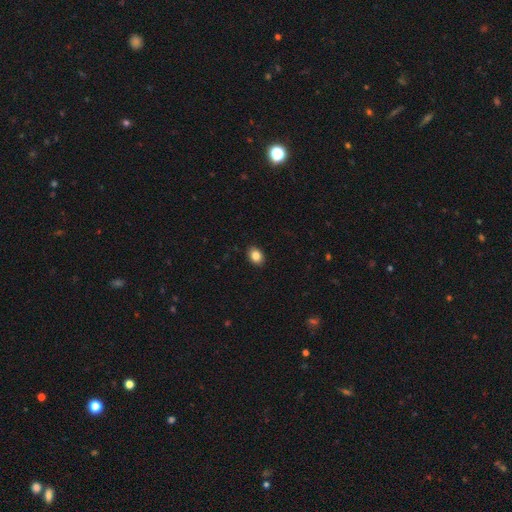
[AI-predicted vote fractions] Smooth or featured? Predicted: smooth (p=0.86). How rounded? Predicted: in between (p=0.66). Merging? Predicted: none (p=0.91).